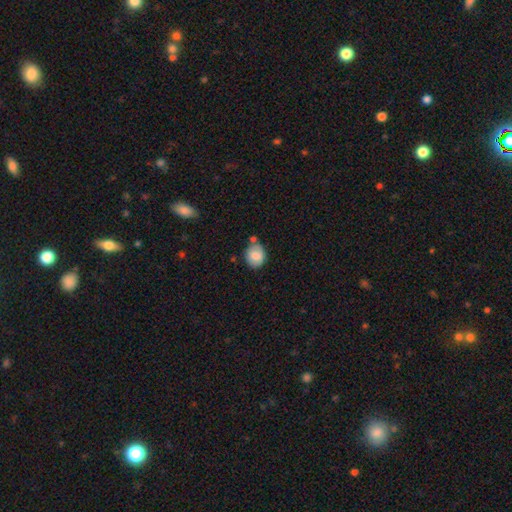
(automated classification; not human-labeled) This is likely a smooth galaxy (79%). How rounded: likely round (63%). Merging: likely none (61%).